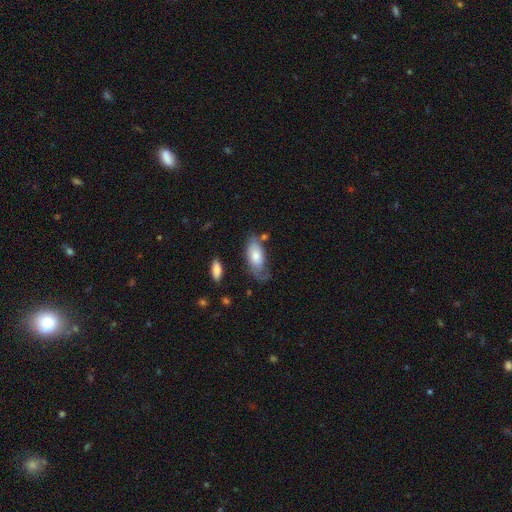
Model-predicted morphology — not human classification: The model was most divided on "merging": none: 43%, minor disturbance: 30%, major disturbance: 21%, merger: 6%. More confident: how rounded — in between (92%); smooth or featured — smooth (65%).